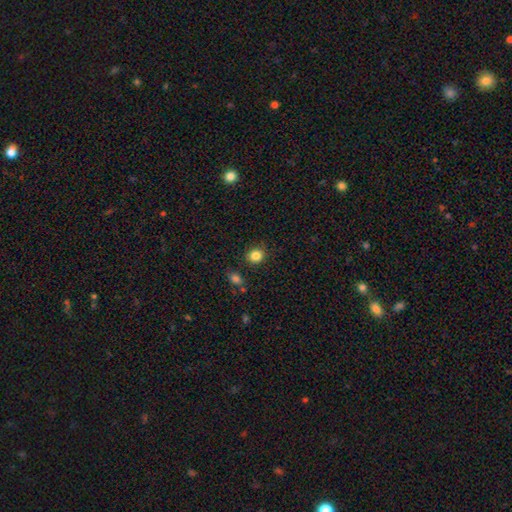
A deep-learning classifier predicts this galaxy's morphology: This is clearly a smooth galaxy (85%). How rounded: clearly round (82%). Merging: clearly none (86%).